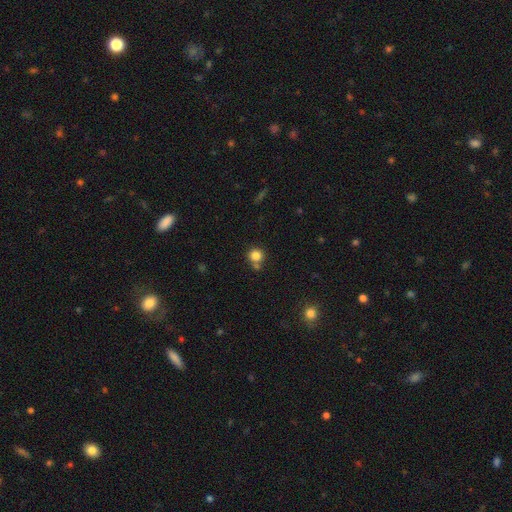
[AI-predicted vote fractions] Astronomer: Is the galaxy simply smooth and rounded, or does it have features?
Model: smooth — 83%.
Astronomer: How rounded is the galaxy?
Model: round — 92%.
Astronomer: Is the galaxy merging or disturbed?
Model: none — 67%.